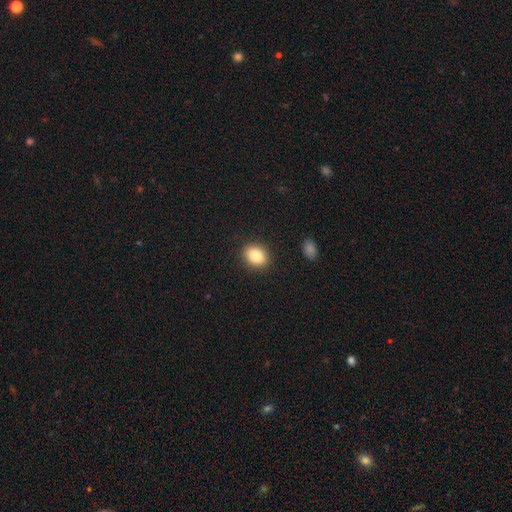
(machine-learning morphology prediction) Smooth or featured? smooth (84%)
How rounded? in between (60%)
Merging? none (89%)